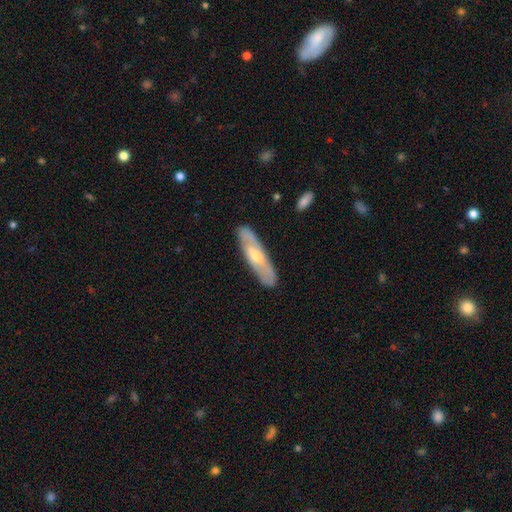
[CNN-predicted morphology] type=featured or disk (58%); edge-on=no (55%); merging=none (86%).